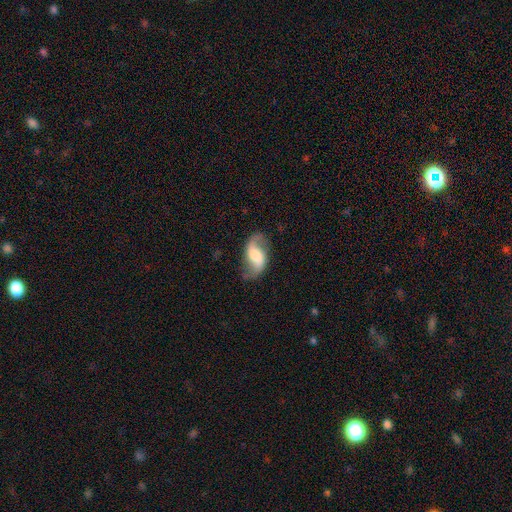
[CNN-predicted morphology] featured or disk 75%, smooth 19%, star or artifact 6%. Down the decision tree: edge-on disk — no (96%); bar — weak (42%); spiral arms — yes (93%); spiral arm count — 2 (91%); spiral winding — loose (73%); bulge size — moderate (40%); merging — none (73%).